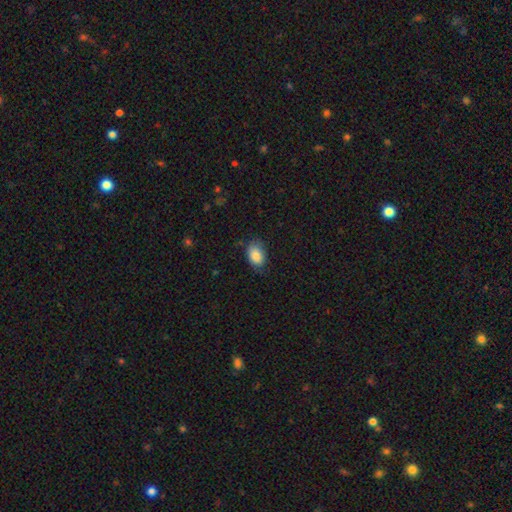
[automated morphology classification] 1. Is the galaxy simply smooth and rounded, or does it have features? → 86% smooth, 7% star or artifact, 6% featured or disk.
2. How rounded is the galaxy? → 87% in between, 12% round, 1% cigar-shaped.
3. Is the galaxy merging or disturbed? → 71% none, 23% minor disturbance, 5% major disturbance, 1% merger.